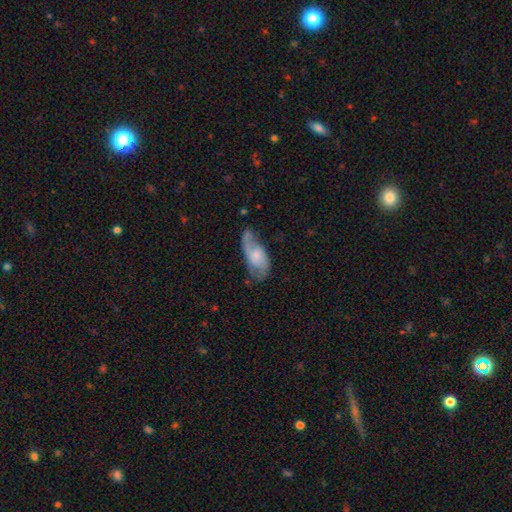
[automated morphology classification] Smooth or featured? featured or disk (59%)
Edge-on disk? no (92%)
Bar? no (66%)
Spiral arms? yes (81%)
Bulge size? small (53%)
Merging? none (43%)